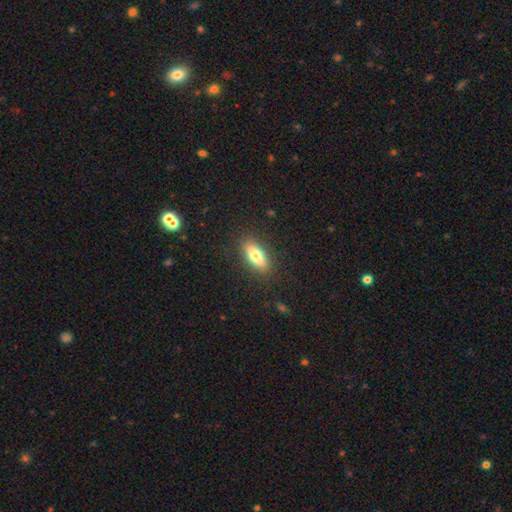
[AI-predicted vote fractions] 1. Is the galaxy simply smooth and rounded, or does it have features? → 74% smooth, 19% featured or disk, 7% star or artifact.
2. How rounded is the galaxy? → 73% in between, 24% cigar-shaped, 3% round.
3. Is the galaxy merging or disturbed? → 87% none, 9% minor disturbance, 3% major disturbance, 1% merger.